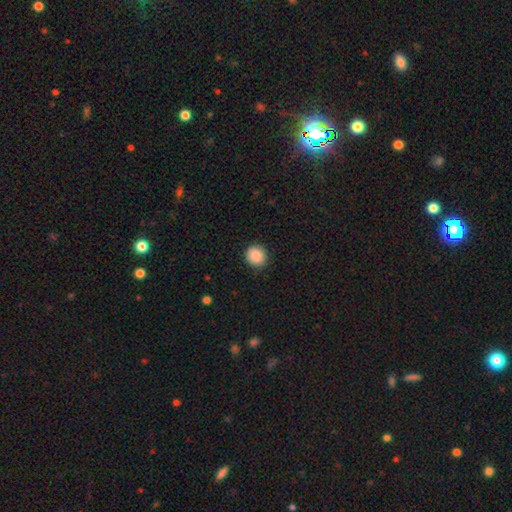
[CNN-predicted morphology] smooth 89%, star or artifact 8%, featured or disk 3%. Down the decision tree: how rounded — round (83%); merging — none (89%).